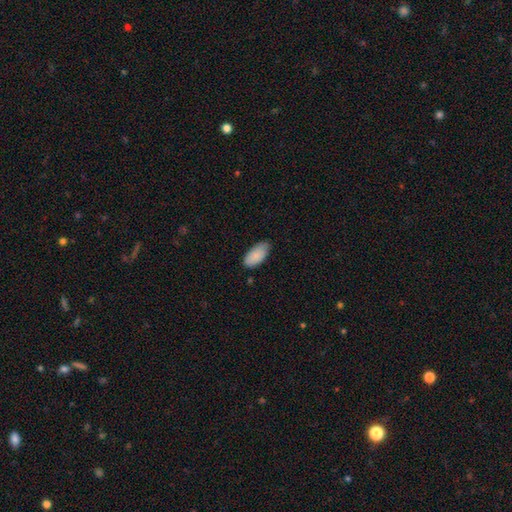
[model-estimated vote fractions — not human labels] Smooth or featured? smooth (89%)
How rounded? in between (94%)
Merging? none (73%)